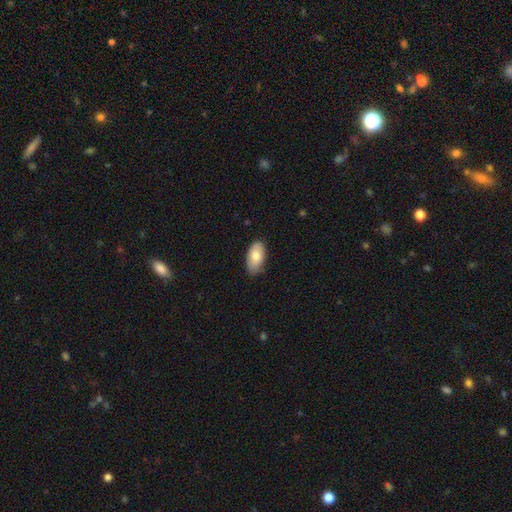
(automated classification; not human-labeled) Q: Smooth or featured?
A: smooth (80%); runner-up: featured or disk (14%)
Q: How rounded?
A: in between (95%); runner-up: round (3%)
Q: Merging?
A: none (79%); runner-up: minor disturbance (17%)